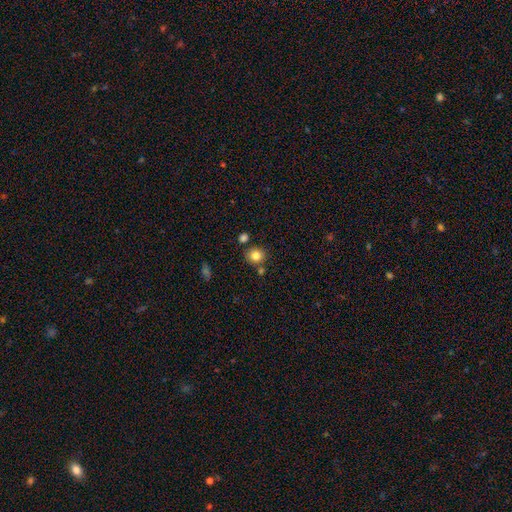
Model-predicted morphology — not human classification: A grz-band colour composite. It shows a smooth galaxy with no disk features (83%) that is round (85%). Merging: none (78%).